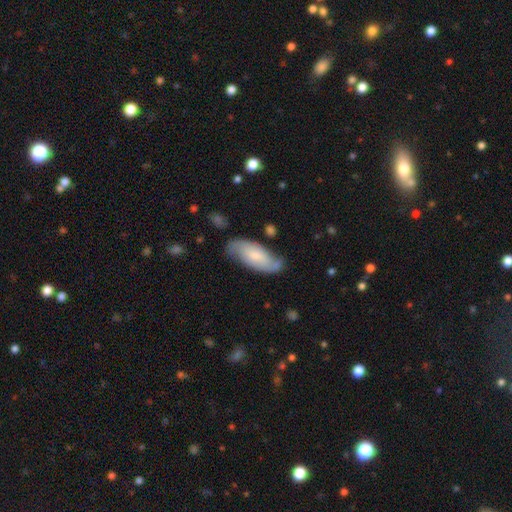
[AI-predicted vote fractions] A featured or disk galaxy (53%).

Vote fractions:
- Smooth or featured? featured or disk: 53% / smooth: 41% / star or artifact: 6%
- Edge-on disk? no: 90% / yes: 10%
- Merging? none: 70% / minor disturbance: 21% / major disturbance: 6% / merger: 3%